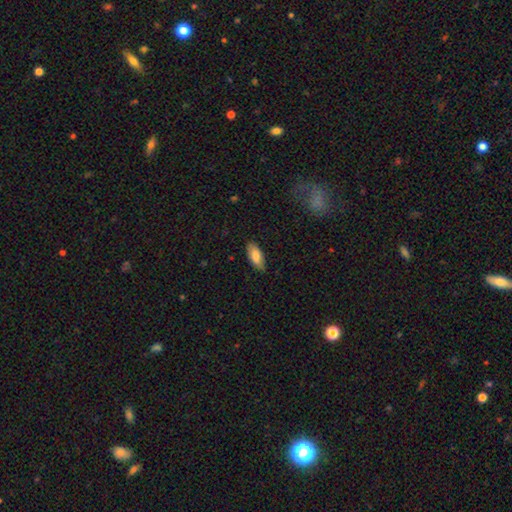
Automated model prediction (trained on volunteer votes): A smooth galaxy with no disk features (81%) that is in between round and cigar-shaped (85%). Merging: none (82%).